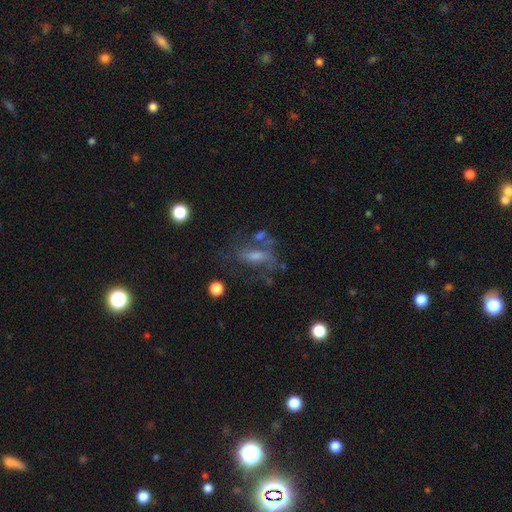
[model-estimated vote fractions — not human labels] Morphology: type=featured or disk (49%); merging=none (48%).